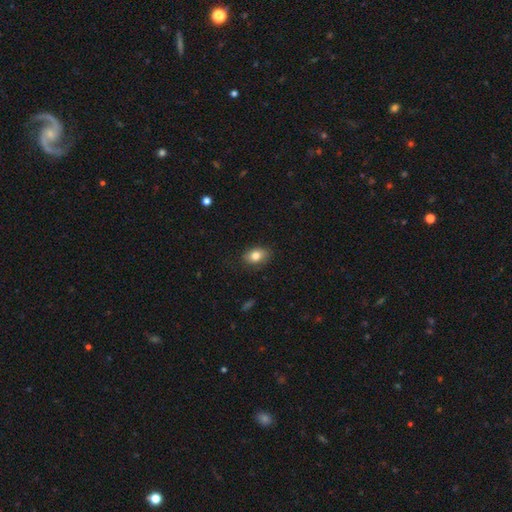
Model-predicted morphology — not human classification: Smooth or featured?
  - smooth: 82% *
  - featured or disk: 10%
  - star or artifact: 8%
How rounded?
  - in between: 83% *
  - round: 16%
  - cigar-shaped: 1%
Merging?
  - none: 82% *
  - minor disturbance: 14%
  - major disturbance: 3%
  - merger: 1%